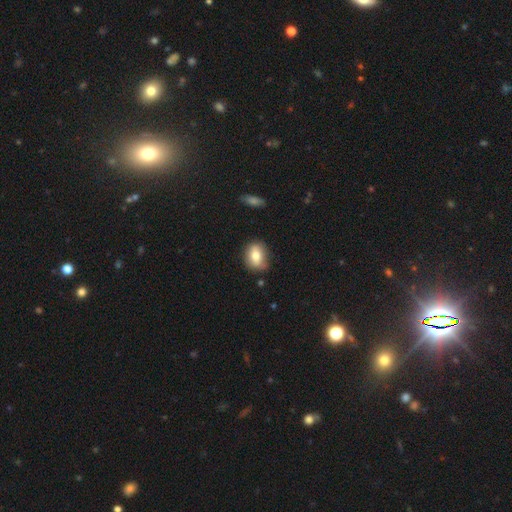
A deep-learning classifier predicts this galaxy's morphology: Smooth or featured: smooth — 74% (featured or disk — 18%)
How rounded: in between — 61% (round — 37%)
Merging: none — 75% (minor disturbance — 19%)